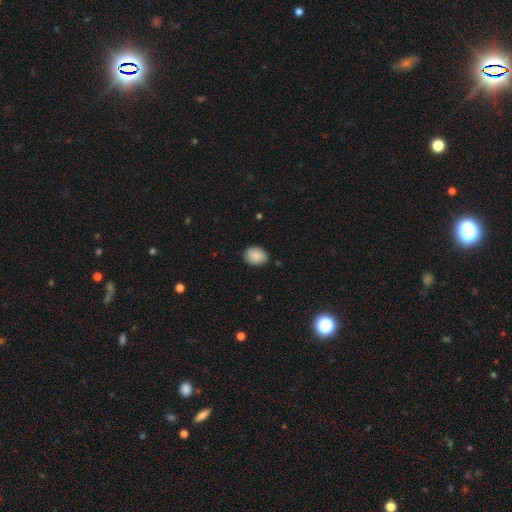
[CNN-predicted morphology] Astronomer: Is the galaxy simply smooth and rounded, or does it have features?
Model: smooth — 87%.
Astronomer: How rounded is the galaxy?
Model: in between — 57% (runner-up: round, 42%).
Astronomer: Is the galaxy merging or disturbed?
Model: none — 82%.